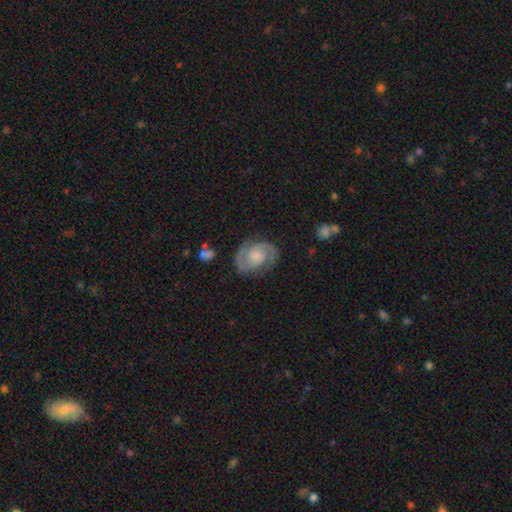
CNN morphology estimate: Smooth or featured? featured or disk (85%)
Edge-on disk? no (98%)
Bar? no (61%)
Spiral arms? yes (97%)
Spiral winding? medium (48%)
Spiral arm count? 2 (91%)
Bulge size? small (32%)
Merging? none (79%)